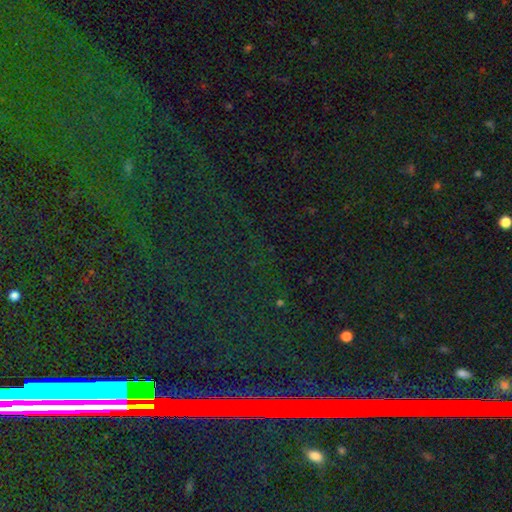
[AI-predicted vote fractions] A star or artifact, not a galaxy (84%).

Vote fractions:
- Smooth or featured? star or artifact: 84% / smooth: 8% / featured or disk: 8%